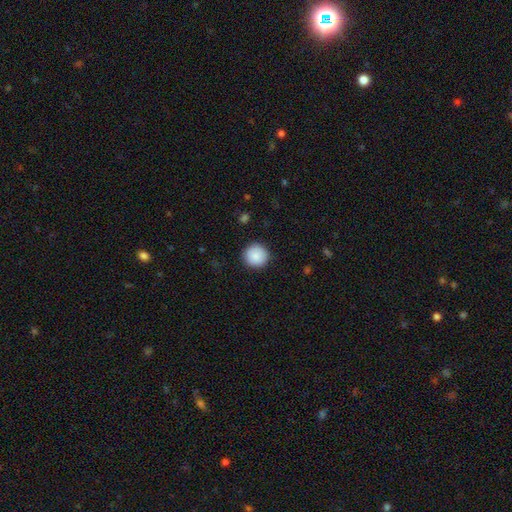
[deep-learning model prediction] Smooth or featured?
  - smooth: 89% *
  - star or artifact: 7%
  - featured or disk: 3%
How rounded?
  - round: 95% *
  - in between: 4%
  - cigar-shaped: 1%
Merging?
  - none: 92% *
  - minor disturbance: 6%
  - major disturbance: 2%
  - merger: 1%